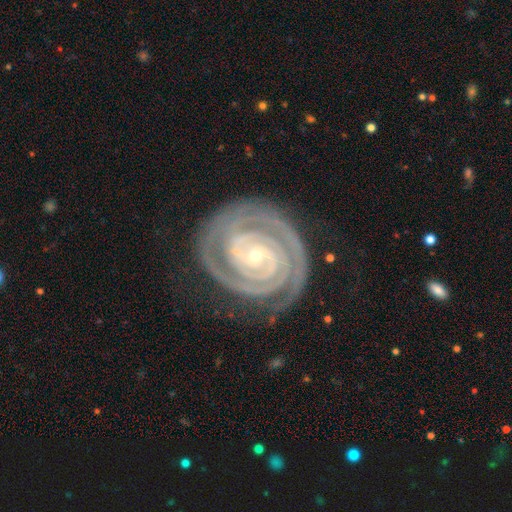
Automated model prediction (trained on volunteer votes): The model was most divided on "bar": no: 56%, weak: 23%, strong: 21%. More confident: spiral arms — yes (99%); edge-on disk — no (98%); smooth or featured — featured or disk (92%); spiral winding — tight (88%); bulge size — small (82%); merging — none (80%); spiral arm count — 2 (70%).